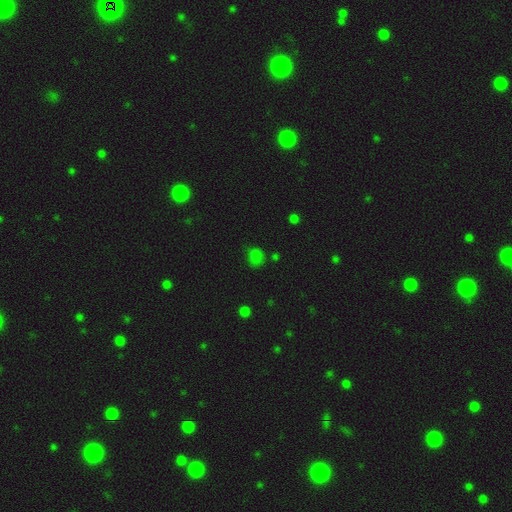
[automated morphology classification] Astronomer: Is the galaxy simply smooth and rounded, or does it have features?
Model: smooth — 68%.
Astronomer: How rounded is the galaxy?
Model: round — 67%.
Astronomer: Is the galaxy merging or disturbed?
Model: none — 65%.